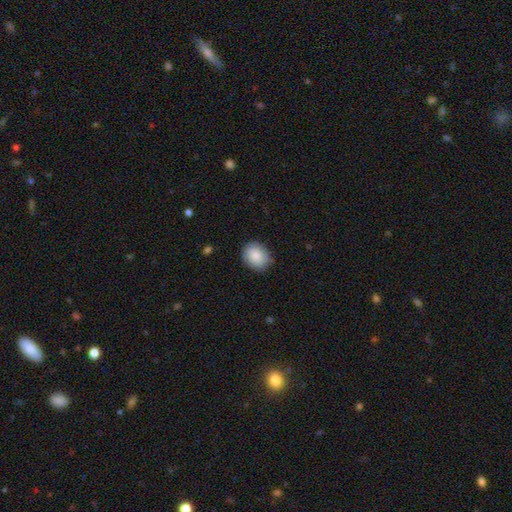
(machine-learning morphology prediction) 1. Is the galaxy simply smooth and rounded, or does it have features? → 87% smooth, 7% star or artifact, 6% featured or disk.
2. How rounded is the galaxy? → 56% in between, 43% round, 1% cigar-shaped.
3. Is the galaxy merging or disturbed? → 84% none, 13% minor disturbance, 3% major disturbance, 1% merger.